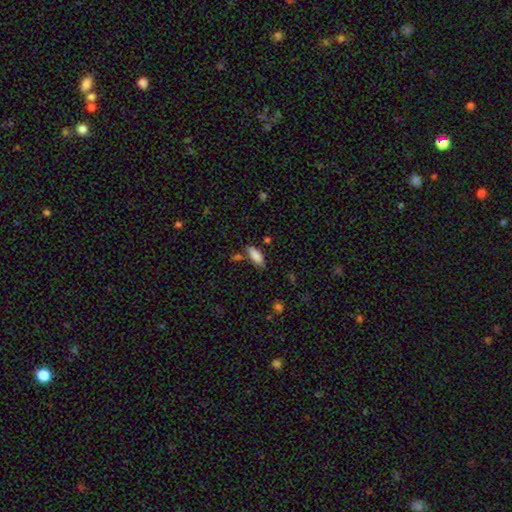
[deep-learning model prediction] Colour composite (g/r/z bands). It shows a smooth galaxy with no disk features (86%) that is in between round and cigar-shaped (77%). Merging: none (71%).